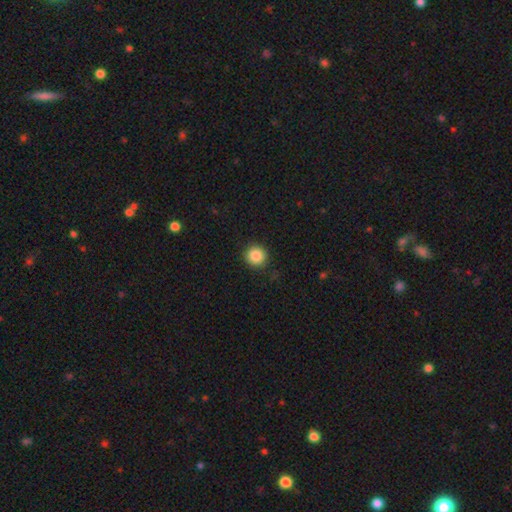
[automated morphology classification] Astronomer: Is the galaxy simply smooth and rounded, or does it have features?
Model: smooth — 87%.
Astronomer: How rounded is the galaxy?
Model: round — 93%.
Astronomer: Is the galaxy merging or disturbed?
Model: none — 91%.